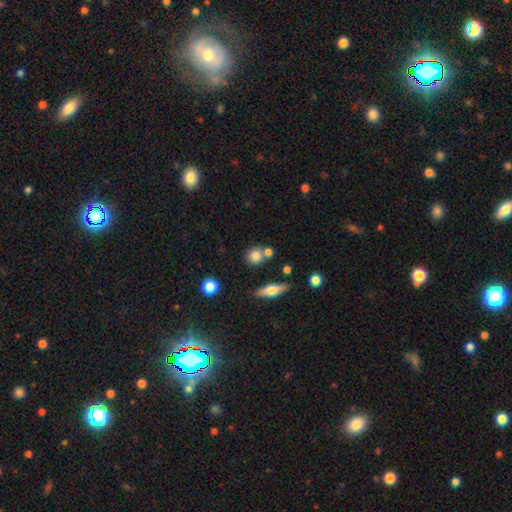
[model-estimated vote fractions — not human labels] This is likely a smooth galaxy (77%). How rounded: likely round (79%). Merging: likely none (61%).